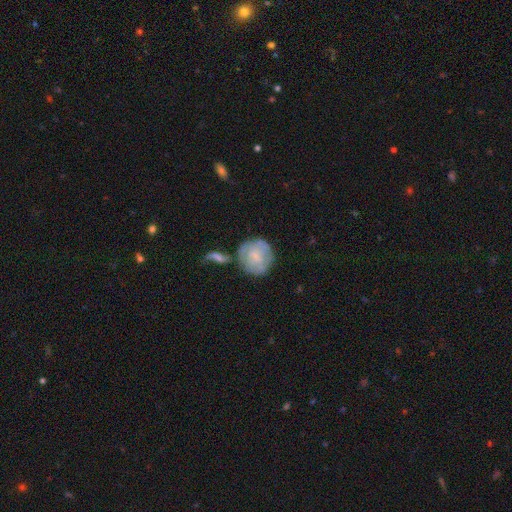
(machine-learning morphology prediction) Smooth or featured: smooth — 48% (featured or disk — 45%)
Merging: none — 51% (minor disturbance — 20%)